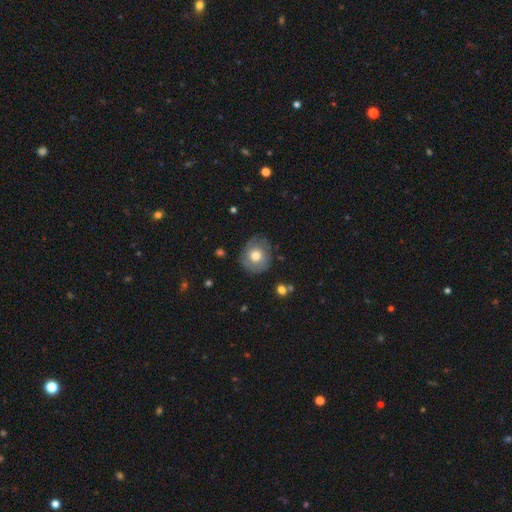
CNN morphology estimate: smooth_or_featured: smooth (p=0.70) [alt: featured or disk p=0.21]
how_rounded: round (p=0.86) [alt: in between p=0.14]
merging: none (p=0.77) [alt: minor disturbance p=0.17]